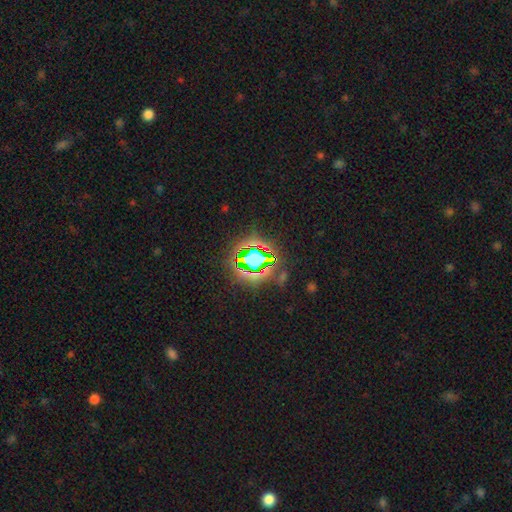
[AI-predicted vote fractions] smooth-or-featured: star or artifact: 74% | smooth: 15% | featured or disk: 11%